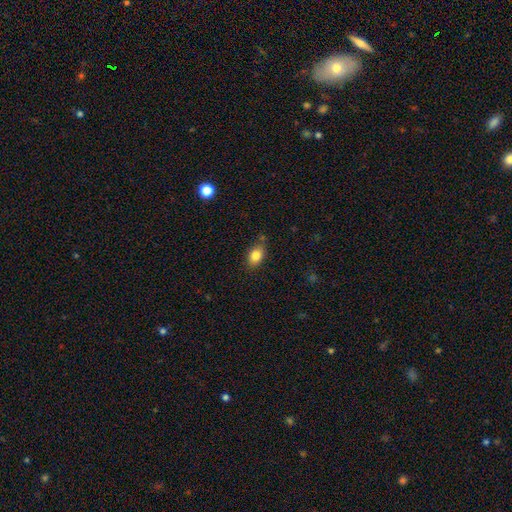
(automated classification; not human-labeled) smooth 83%, star or artifact 9%, featured or disk 8%. Down the decision tree: how rounded — in between (73%); merging — none (73%).